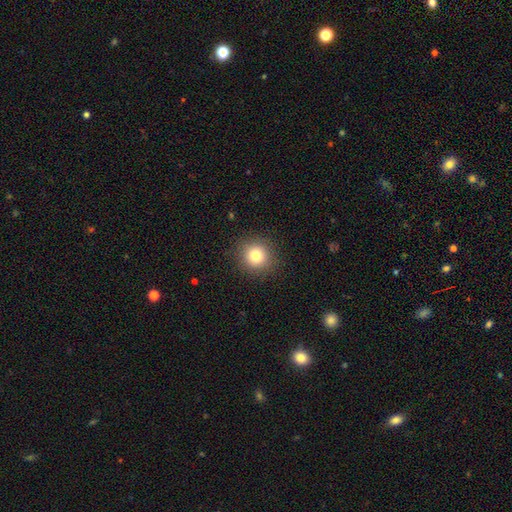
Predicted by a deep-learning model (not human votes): Smooth or featured: smooth — 80% (star or artifact — 12%)
How rounded: round — 92% (in between — 7%)
Merging: none — 90% (minor disturbance — 6%)